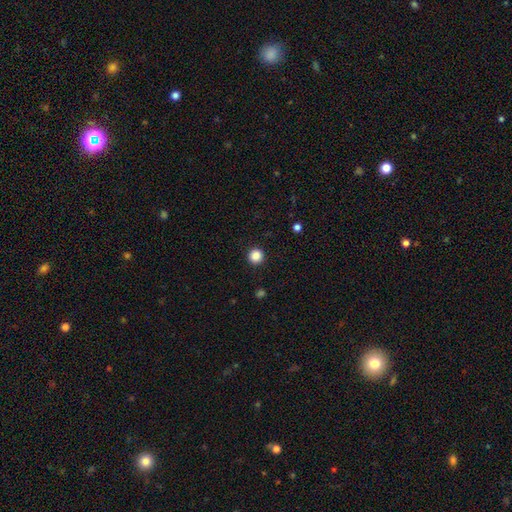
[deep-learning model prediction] Morphology: type=smooth (87%); roundness=round (95%); merging=none (93%).